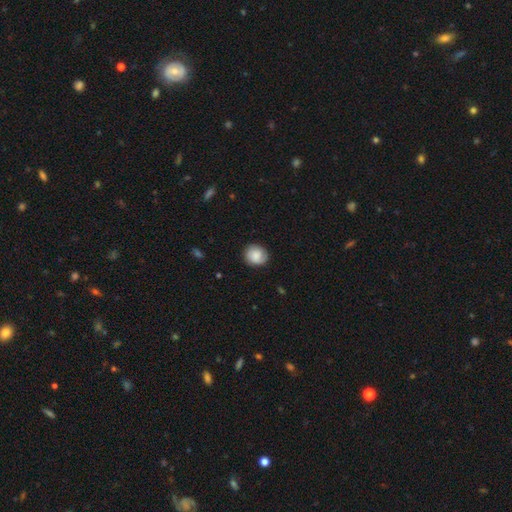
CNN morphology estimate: A smooth galaxy with no disk features (79%) that is round (79%). Merging: none (83%).